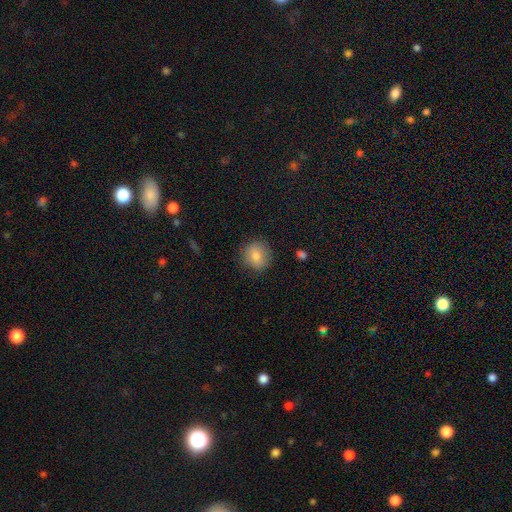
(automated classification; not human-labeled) Overall: smooth (79%). How rounded: round (88%). Merging: none (86%).